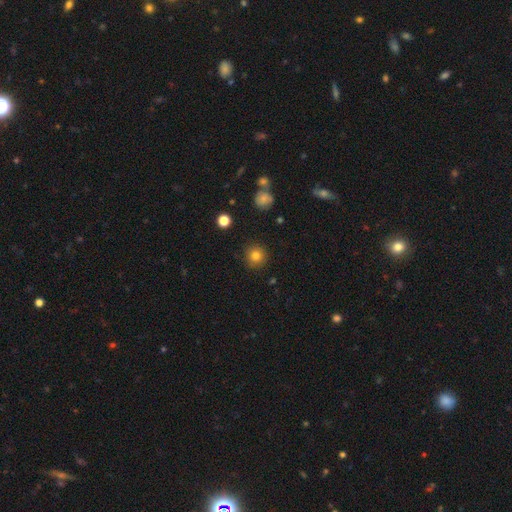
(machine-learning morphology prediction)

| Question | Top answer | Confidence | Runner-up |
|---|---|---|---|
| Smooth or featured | smooth | 82% | star or artifact (12%) |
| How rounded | round | 94% | in between (5%) |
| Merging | none | 90% | minor disturbance (6%) |